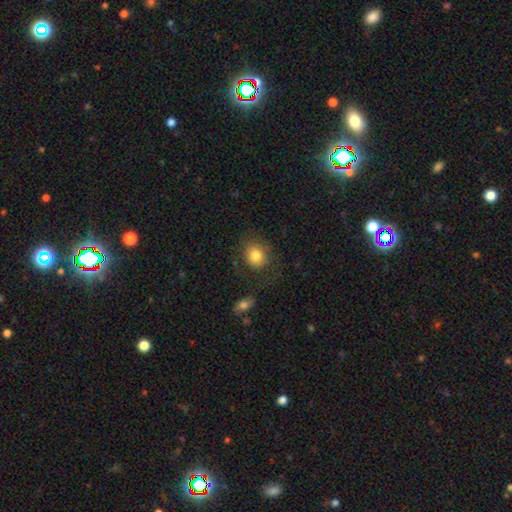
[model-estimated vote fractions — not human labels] Morphology: type=smooth (80%); roundness=round (64%); merging=none (67%).